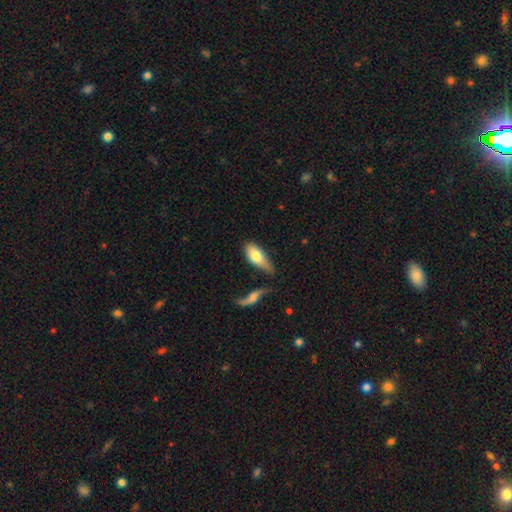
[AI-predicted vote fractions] Q: Smooth or featured?
A: smooth (73%); runner-up: featured or disk (21%)
Q: How rounded?
A: in between (82%); runner-up: cigar-shaped (15%)
Q: Merging?
A: none (44%); runner-up: minor disturbance (28%)